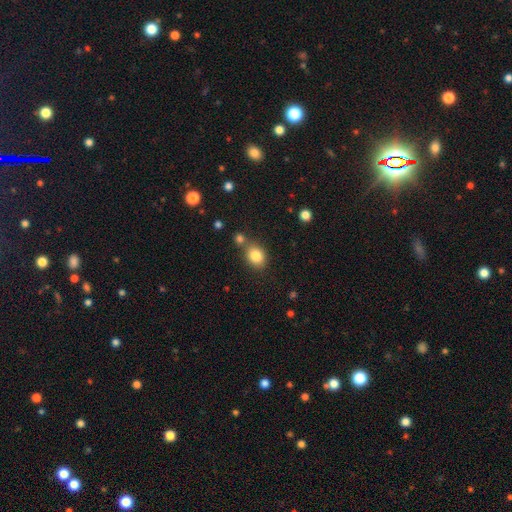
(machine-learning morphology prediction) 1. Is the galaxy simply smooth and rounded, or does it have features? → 83% smooth, 10% star or artifact, 7% featured or disk.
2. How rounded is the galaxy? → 51% in between, 48% round, 1% cigar-shaped.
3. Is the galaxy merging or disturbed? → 66% none, 18% merger, 12% minor disturbance, 3% major disturbance.